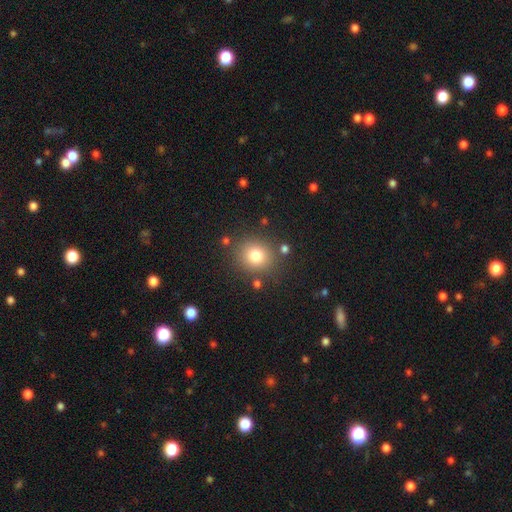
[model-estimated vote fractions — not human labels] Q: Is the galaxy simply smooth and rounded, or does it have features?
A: smooth — 78%.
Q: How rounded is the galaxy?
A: round — 83%.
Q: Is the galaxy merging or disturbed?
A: none — 82%.